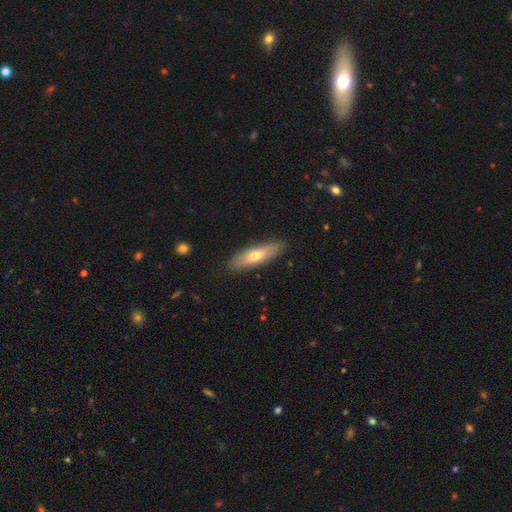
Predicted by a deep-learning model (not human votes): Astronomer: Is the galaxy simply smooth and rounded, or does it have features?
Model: smooth — 62%.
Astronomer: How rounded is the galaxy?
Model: cigar-shaped — 56% (runner-up: in between, 41%).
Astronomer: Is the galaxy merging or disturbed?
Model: none — 87%.